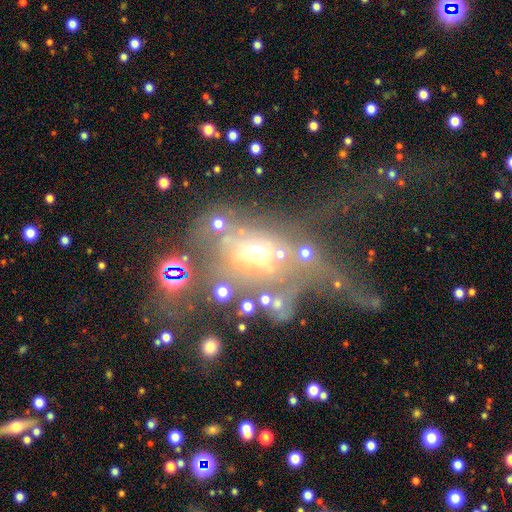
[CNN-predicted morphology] smooth_or_featured: featured or disk (p=0.45) [alt: smooth p=0.30]
merging: major disturbance (p=0.47) [alt: merger p=0.21]